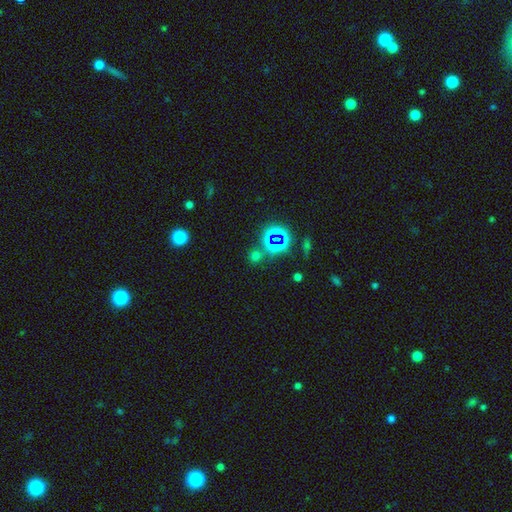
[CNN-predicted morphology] A smooth galaxy with no disk features (48%).

Vote fractions:
- Smooth or featured? smooth: 48% / star or artifact: 45% / featured or disk: 7%
- Merging? none: 72% / merger: 15% / minor disturbance: 9% / major disturbance: 4%